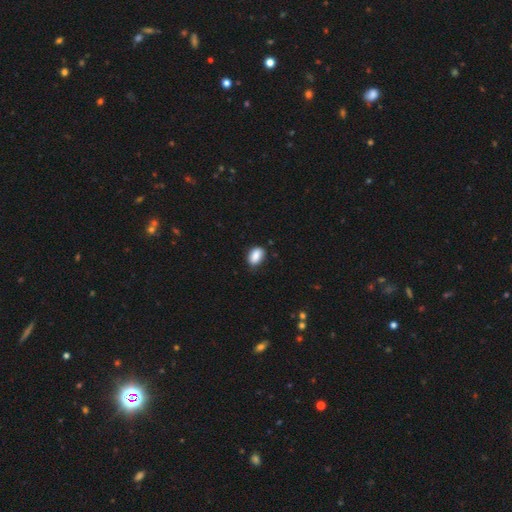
Smooth or featured? 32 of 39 (82%) said smooth. How rounded? 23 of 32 (72%) said in between. Merging? 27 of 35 (77%) said none.